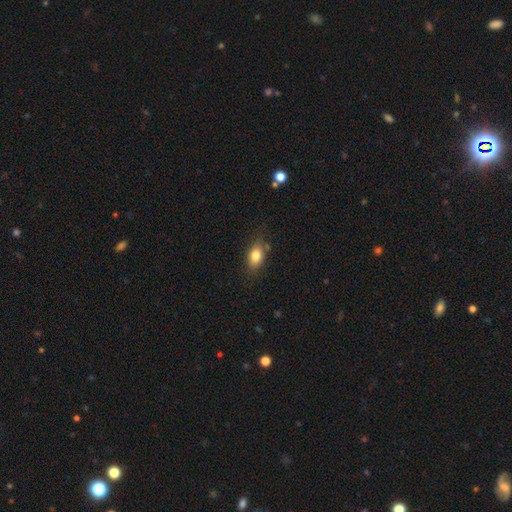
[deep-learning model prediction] This appears to be a smooth galaxy with no disk features (82%) that is in between round and cigar-shaped (83%). Merging: none (77%).